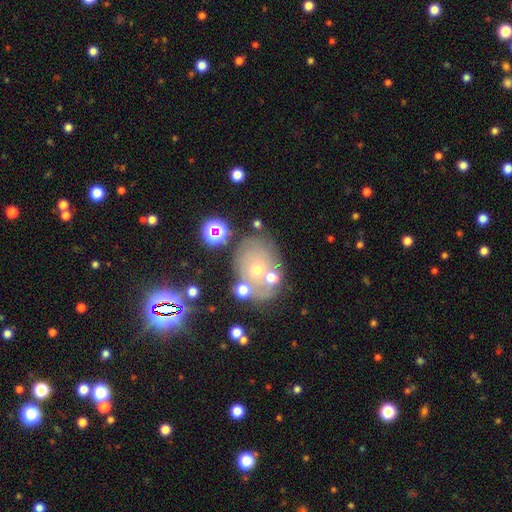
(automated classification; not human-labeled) This is marginally a smooth galaxy (41%). Merging: likely none (62%).